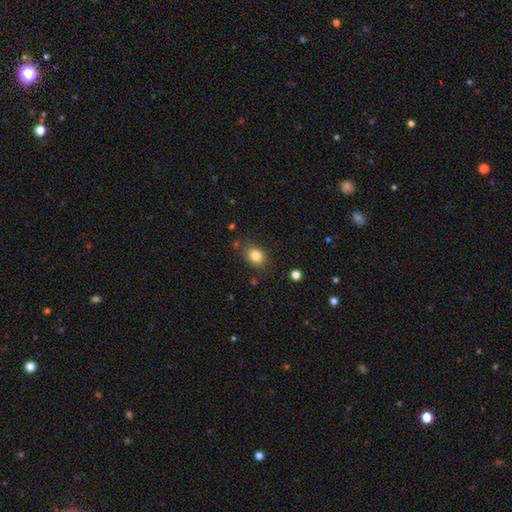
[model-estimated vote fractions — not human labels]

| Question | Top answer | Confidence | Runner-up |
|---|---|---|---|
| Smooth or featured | smooth | 83% | star or artifact (10%) |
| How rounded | in between | 53% | round (46%) |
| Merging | none | 80% | minor disturbance (14%) |